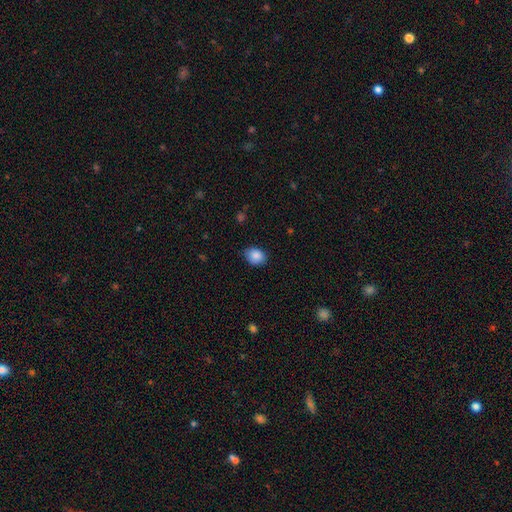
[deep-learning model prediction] A smooth galaxy with no disk features (87%) that is in between round and cigar-shaped (58%). Merging: none (77%).